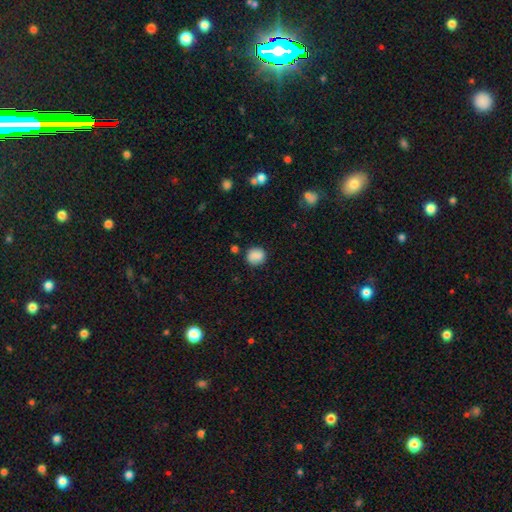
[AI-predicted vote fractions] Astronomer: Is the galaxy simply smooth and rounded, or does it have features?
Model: smooth — 82%.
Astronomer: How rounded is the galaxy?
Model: round — 81%.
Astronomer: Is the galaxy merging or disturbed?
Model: none — 79%.